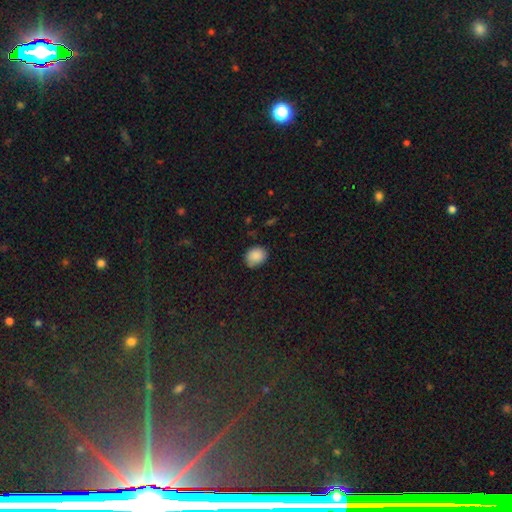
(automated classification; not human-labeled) This appears to be a smooth galaxy with no disk features (88%) that is round (58%). Merging: none (76%).